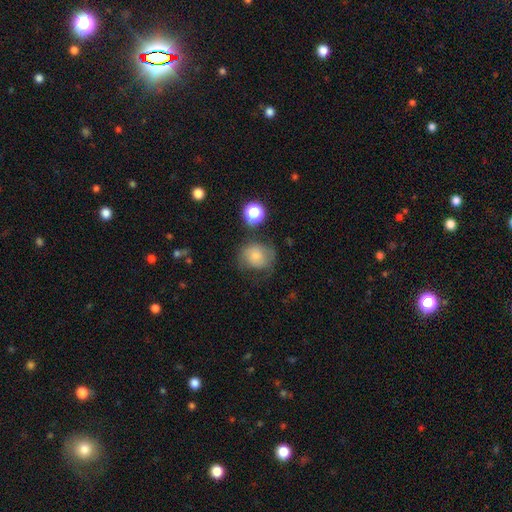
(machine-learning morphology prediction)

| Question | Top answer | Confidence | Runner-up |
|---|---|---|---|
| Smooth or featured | smooth | 72% | featured or disk (17%) |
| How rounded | round | 74% | in between (26%) |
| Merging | none | 54% | minor disturbance (26%) |